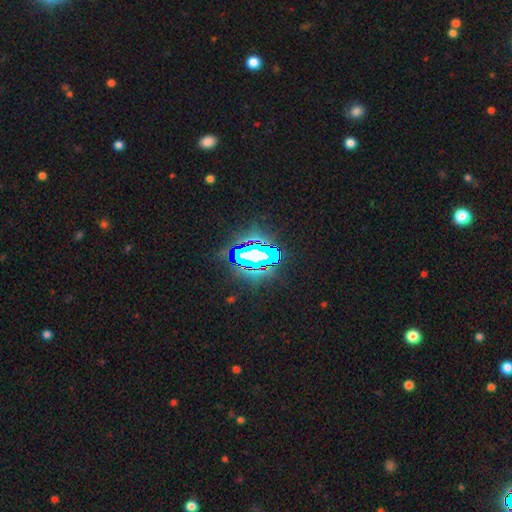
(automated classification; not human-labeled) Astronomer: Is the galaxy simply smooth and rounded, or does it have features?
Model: star or artifact — 68%.